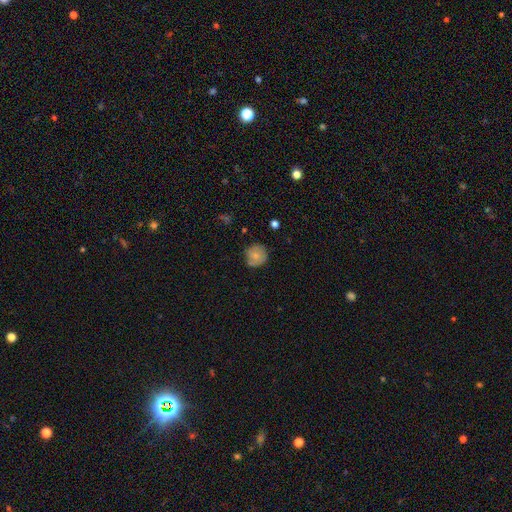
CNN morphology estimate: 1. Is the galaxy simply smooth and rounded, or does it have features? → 70% smooth, 22% featured or disk, 8% star or artifact.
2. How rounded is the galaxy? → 90% round, 9% in between, 1% cigar-shaped.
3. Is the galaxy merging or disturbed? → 70% none, 23% minor disturbance, 5% major disturbance, 2% merger.